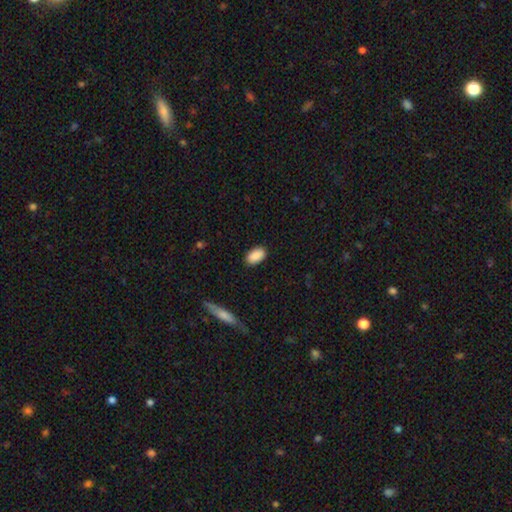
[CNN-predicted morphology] smooth-or-featured: smooth: 90% | star or artifact: 7% | featured or disk: 3%
  how-rounded: in between: 93% | round: 5% | cigar-shaped: 2%
  merging: none: 88% | minor disturbance: 9% | major disturbance: 2% | merger: 1%